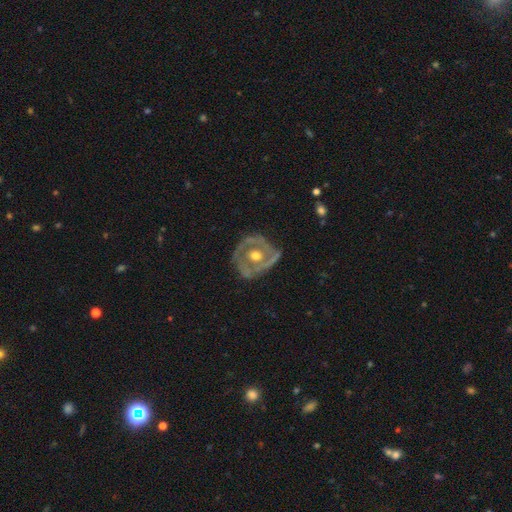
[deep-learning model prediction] smooth-or-featured: featured or disk: 77% | smooth: 17% | star or artifact: 6%
  disk-edge-on: no: 95% | yes: 5%
    bar: no: 75% | weak: 19% | strong: 7%
    has-spiral-arms: yes: 52% | no: 48%
    bulge-size: moderate: 77% | small: 11% | large: 10% | none: 1% | dominant: 1%
  merging: none: 67% | minor disturbance: 21% | major disturbance: 10% | merger: 2%